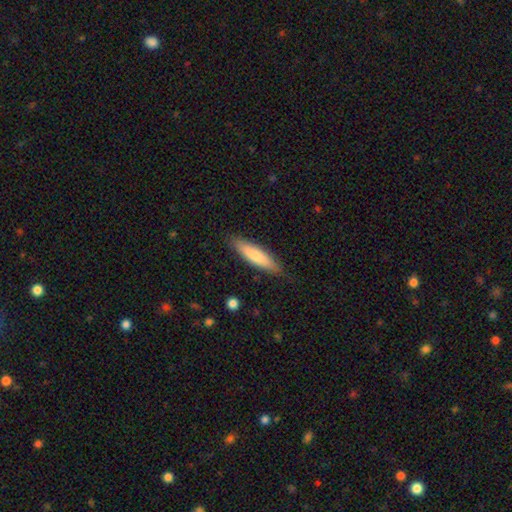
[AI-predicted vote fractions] Q: Smooth or featured?
A: smooth (76%); runner-up: featured or disk (19%)
Q: How rounded?
A: cigar-shaped (73%); runner-up: in between (26%)
Q: Merging?
A: none (85%); runner-up: minor disturbance (12%)